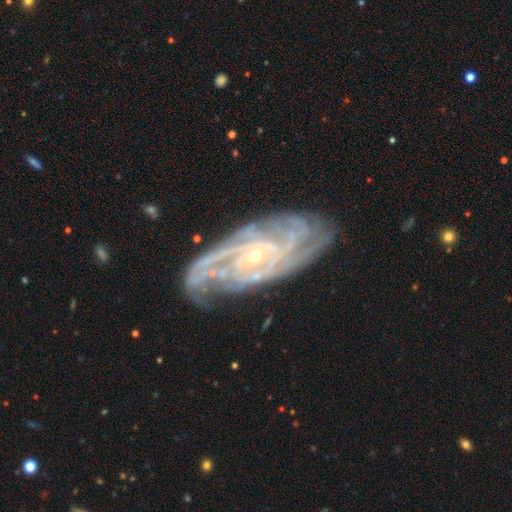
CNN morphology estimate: Smooth or featured?
  - featured or disk: 89% *
  - star or artifact: 6%
  - smooth: 5%
Edge-on disk?
  - no: 93% *
  - yes: 7%
Bar?
  - no: 62% *
  - weak: 27%
  - strong: 12%
Spiral arms?
  - yes: 98% *
  - no: 2%
Spiral winding?
  - tight: 67% *
  - medium: 28%
  - loose: 5%
Spiral arm count?
  - 4: 23% * (tied)
  - can't tell: 23% * (tied)
  - 3: 18%
  - 2: 14%
  - more than 4: 14%
  - 1: 7%
Bulge size?
  - small: 81% *
  - moderate: 16%
  - none: 1%
  - large: 1%
  - dominant: 1%
Merging?
  - none: 75% *
  - minor disturbance: 17%
  - major disturbance: 6%
  - merger: 2%